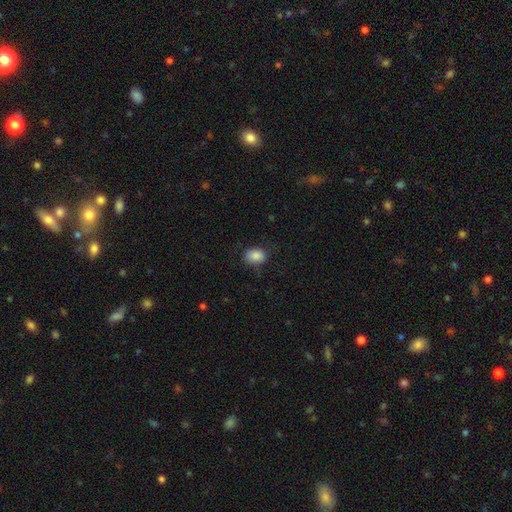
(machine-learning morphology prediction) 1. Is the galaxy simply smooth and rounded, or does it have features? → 86% smooth, 8% star or artifact, 6% featured or disk.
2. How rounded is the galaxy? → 70% in between, 29% round, 1% cigar-shaped.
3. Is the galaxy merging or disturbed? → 77% none, 17% minor disturbance, 4% major disturbance, 1% merger.